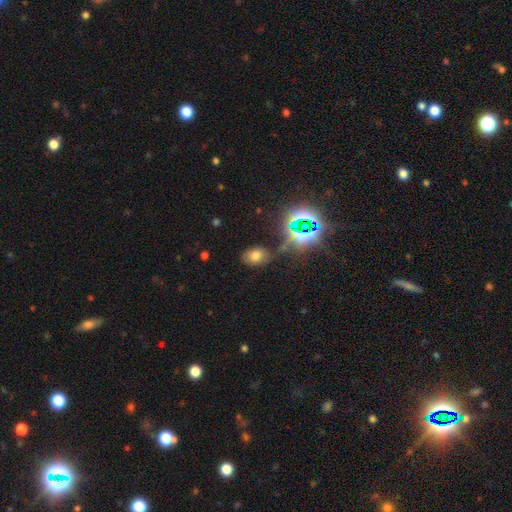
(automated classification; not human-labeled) This appears to be a smooth galaxy with no disk features (61%) that is in between round and cigar-shaped (74%). Merging: none (73%).